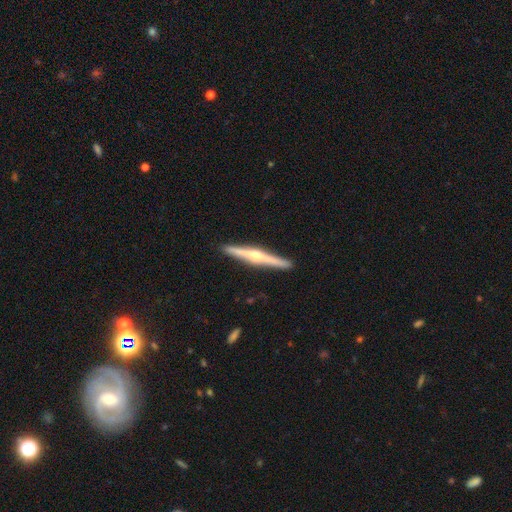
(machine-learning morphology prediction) Overall: featured or disk (78%). Edge-on disk: yes (98%). Edge-on bulge: rounded (89%). Merging: none (92%).